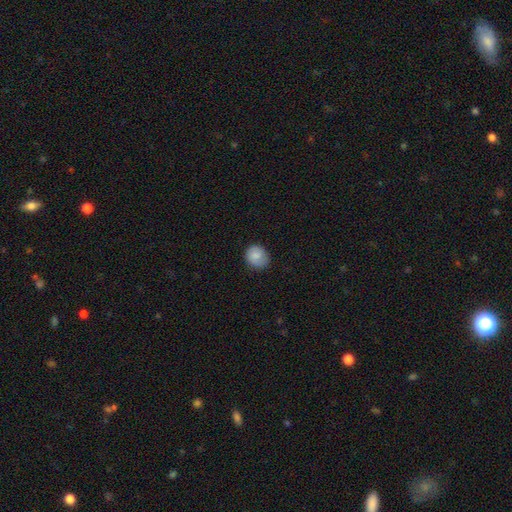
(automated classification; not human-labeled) Smooth or featured? smooth (85%)
How rounded? round (69%)
Merging? none (76%)